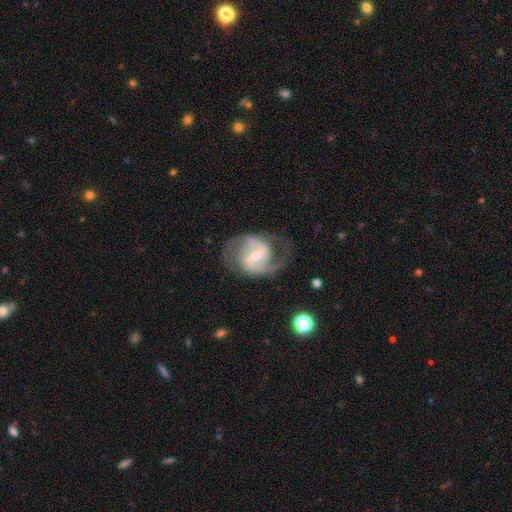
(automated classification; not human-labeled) This appears to be a featured or disk galaxy (89%) with a weak bar (51%), 2 (88%) medium (56%) spiral arms (96%) and a moderate central bulge (57%). Merging: none (71%).